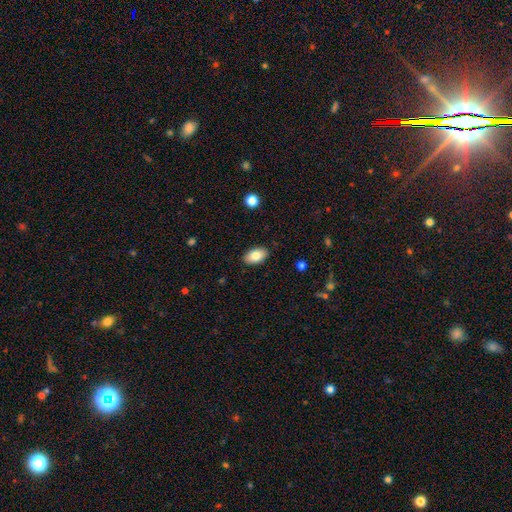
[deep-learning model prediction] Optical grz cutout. It shows a smooth galaxy with no disk features (82%) that is in between round and cigar-shaped (93%). Merging: none (88%).